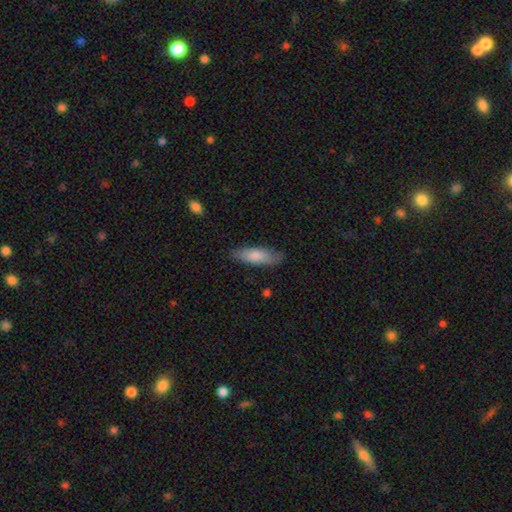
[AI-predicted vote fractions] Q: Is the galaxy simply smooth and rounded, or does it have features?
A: smooth — 80%.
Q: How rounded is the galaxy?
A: in between — 52%.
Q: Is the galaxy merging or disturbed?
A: none — 80%.